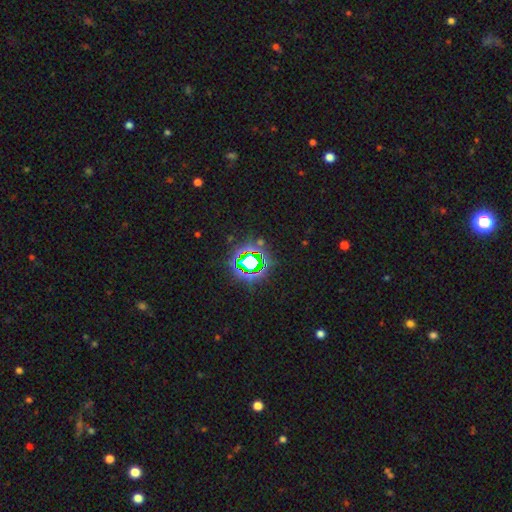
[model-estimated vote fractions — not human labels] Overall: star or artifact (79%).